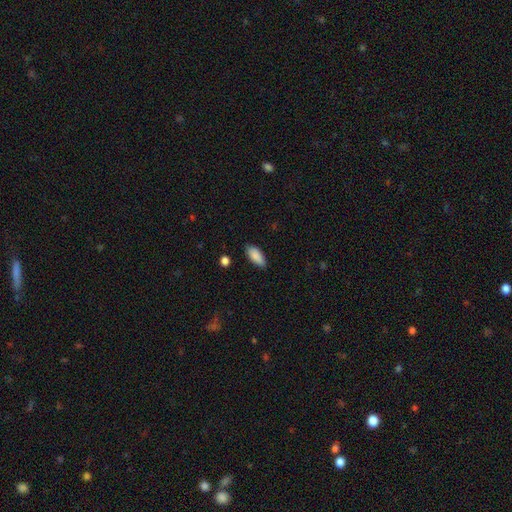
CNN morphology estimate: A smooth galaxy with no disk features (89%) that is in between round and cigar-shaped (86%).

Vote fractions:
- Smooth or featured? smooth: 89% / star or artifact: 7% / featured or disk: 5%
- How rounded? in between: 86% / cigar-shaped: 13% / round: 2%
- Merging? none: 85% / minor disturbance: 12% / major disturbance: 2% / merger: 1%